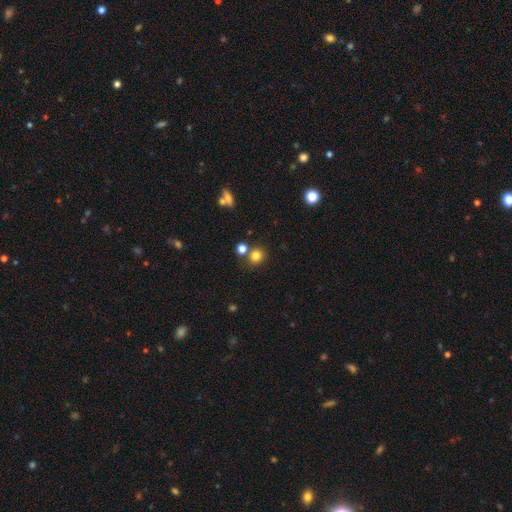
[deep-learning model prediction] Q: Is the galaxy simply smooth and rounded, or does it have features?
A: smooth — 79%.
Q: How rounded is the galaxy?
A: round — 83%.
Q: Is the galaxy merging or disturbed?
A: none — 71%.